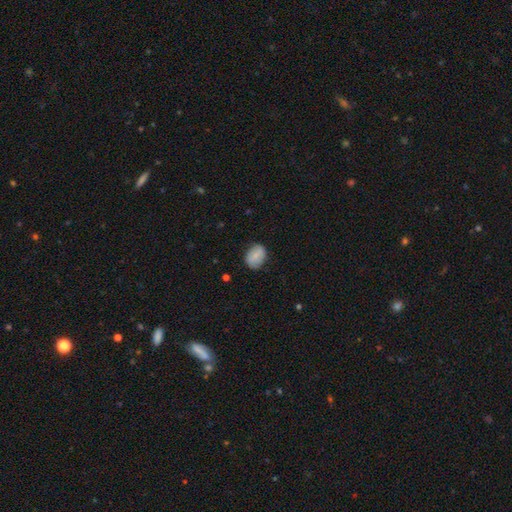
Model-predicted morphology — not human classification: This is likely a smooth galaxy (75%). How rounded: likely in between (63%). Merging: likely none (78%).